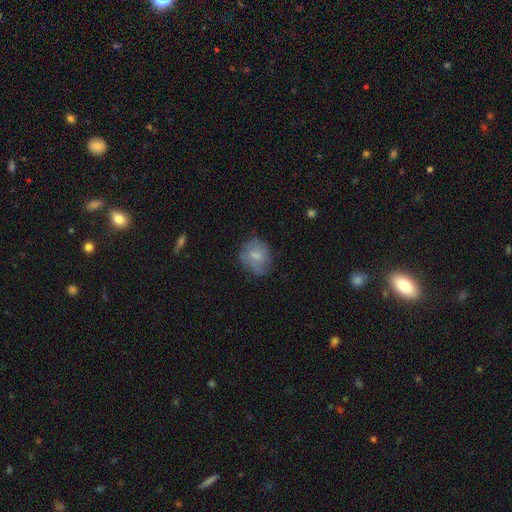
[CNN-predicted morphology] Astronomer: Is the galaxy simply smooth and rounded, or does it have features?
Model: smooth — 67%.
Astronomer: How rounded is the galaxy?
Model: round — 57% (runner-up: in between, 42%).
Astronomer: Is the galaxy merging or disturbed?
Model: none — 58%.